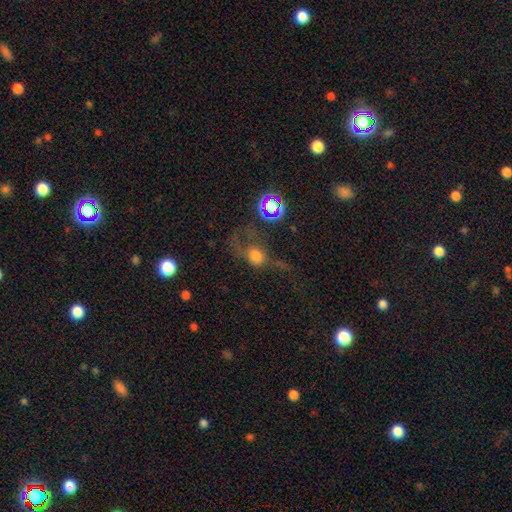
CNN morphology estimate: Smooth or featured? smooth (57%)
How rounded? round (60%)
Merging? major disturbance (48%)